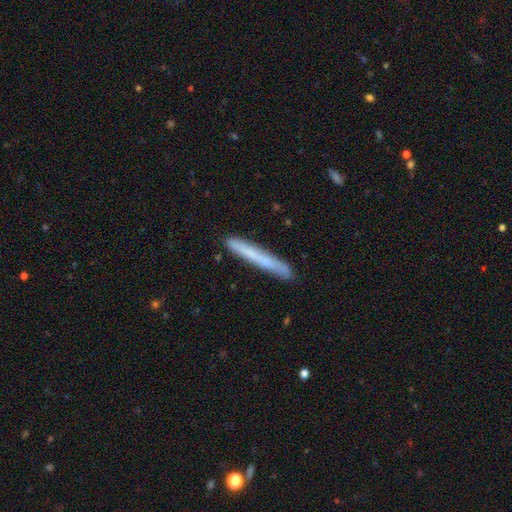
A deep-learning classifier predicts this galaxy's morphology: This appears to be a smooth galaxy with no disk features (63%) that is cigar-shaped (97%). Merging: none (87%).